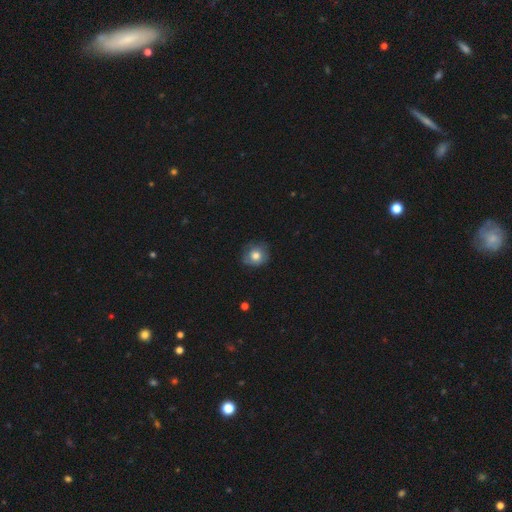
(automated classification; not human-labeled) Morphology: type=smooth (73%); roundness=round (82%); merging=none (71%).